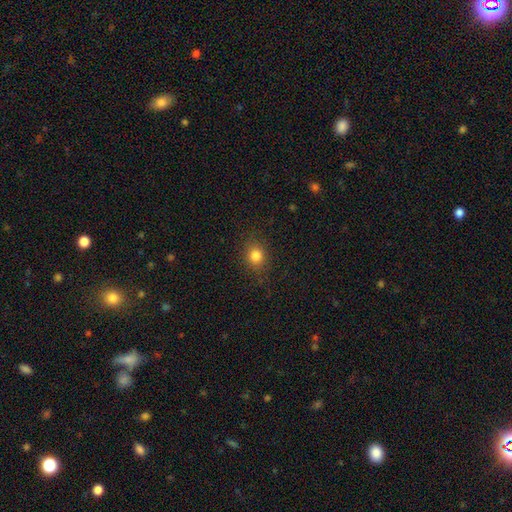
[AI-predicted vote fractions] Smooth or featured? smooth (81%)
How rounded? round (68%)
Merging? none (85%)